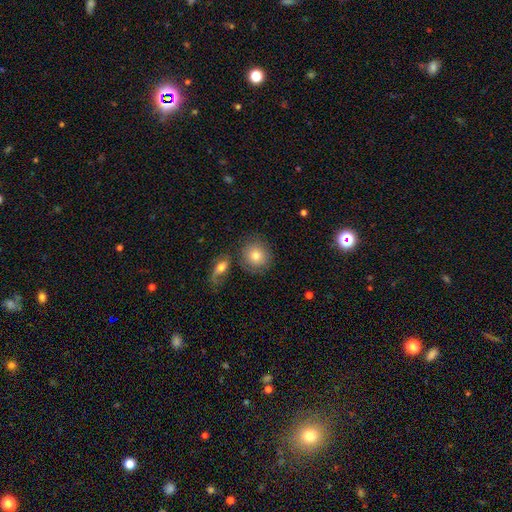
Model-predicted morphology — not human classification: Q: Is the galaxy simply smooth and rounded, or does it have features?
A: smooth — 78%.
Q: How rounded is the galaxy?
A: round — 86%.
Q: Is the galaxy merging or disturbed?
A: none — 74%.